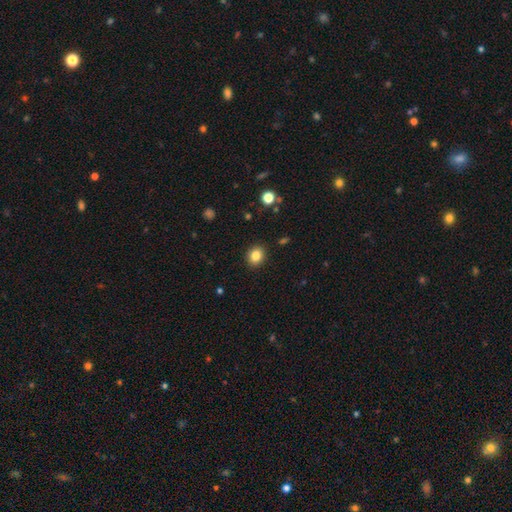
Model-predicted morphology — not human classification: Q: Smooth or featured?
A: smooth (84%); runner-up: star or artifact (10%)
Q: How rounded?
A: round (63%); runner-up: in between (36%)
Q: Merging?
A: none (90%); runner-up: minor disturbance (7%)